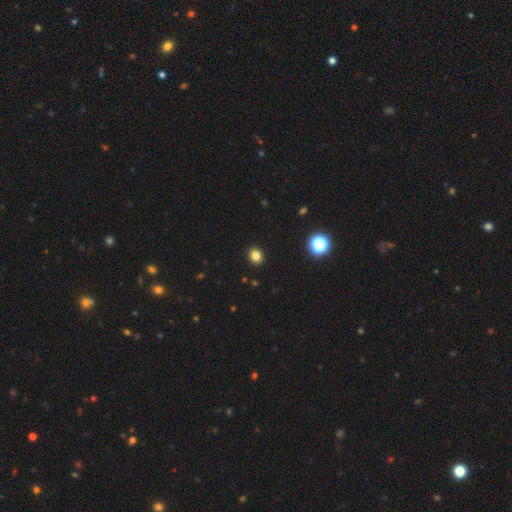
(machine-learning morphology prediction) smooth_or_featured: smooth (p=0.82) [alt: star or artifact p=0.13]
how_rounded: round (p=0.61) [alt: in between p=0.38]
merging: none (p=0.92) [alt: minor disturbance p=0.05]